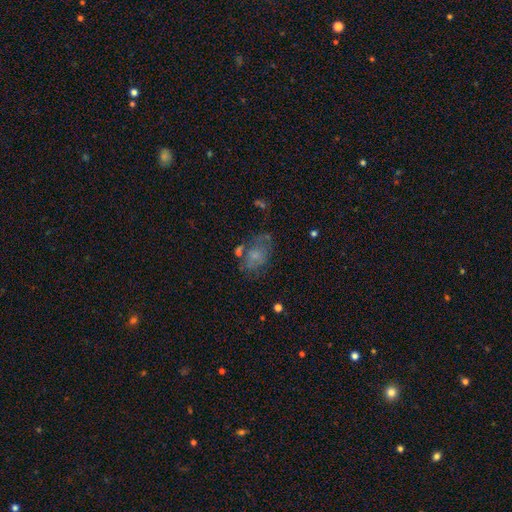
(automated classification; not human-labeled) Smooth or featured? smooth (51%)
How rounded? in between (77%)
Merging? none (45%)